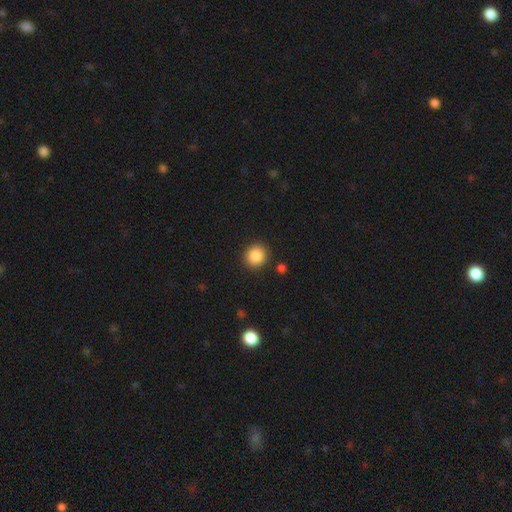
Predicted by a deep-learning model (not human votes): The model was most divided on "how rounded": round: 87%, in between: 12%, cigar-shaped: 1%. More confident: merging — none (90%); smooth or featured — smooth (87%).